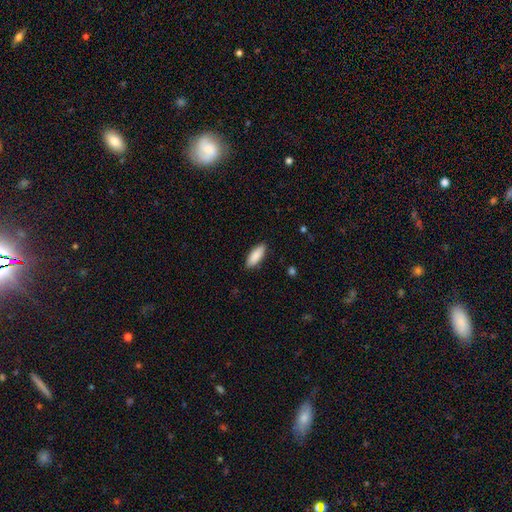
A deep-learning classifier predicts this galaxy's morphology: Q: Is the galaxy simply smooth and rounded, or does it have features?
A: smooth — 89%.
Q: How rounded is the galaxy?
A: in between — 75%.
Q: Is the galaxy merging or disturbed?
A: none — 88%.